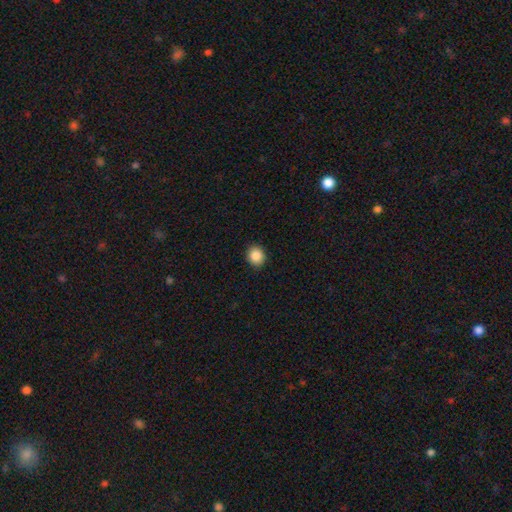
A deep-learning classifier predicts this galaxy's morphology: Q: Smooth or featured?
A: smooth (88%); runner-up: star or artifact (9%)
Q: How rounded?
A: round (76%); runner-up: in between (23%)
Q: Merging?
A: none (91%); runner-up: minor disturbance (6%)